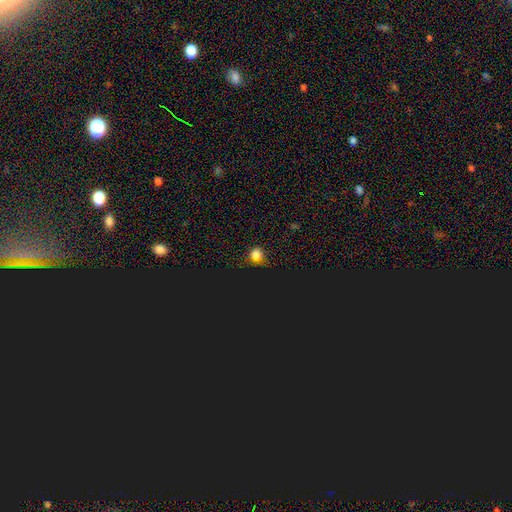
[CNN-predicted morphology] Smooth or featured: smooth — 66% (star or artifact — 29%)
How rounded: round — 86% (in between — 13%)
Merging: none — 77% (minor disturbance — 16%)